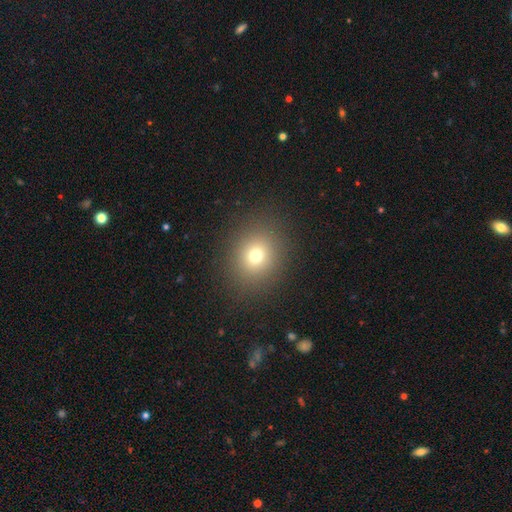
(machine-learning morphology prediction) smooth-or-featured: smooth: 72% | star or artifact: 17% | featured or disk: 11%
  how-rounded: round: 72% | in between: 27% | cigar-shaped: 1%
  merging: none: 88% | minor disturbance: 7% | major disturbance: 4% | merger: 1%